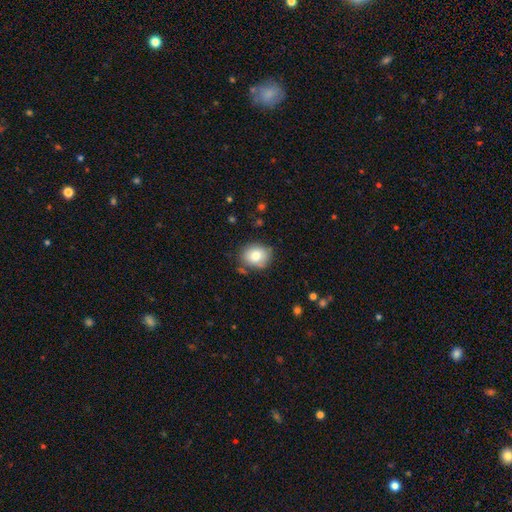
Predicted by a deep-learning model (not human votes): This is clearly a smooth galaxy (80%). How rounded: likely round (61%). Merging: likely none (76%).